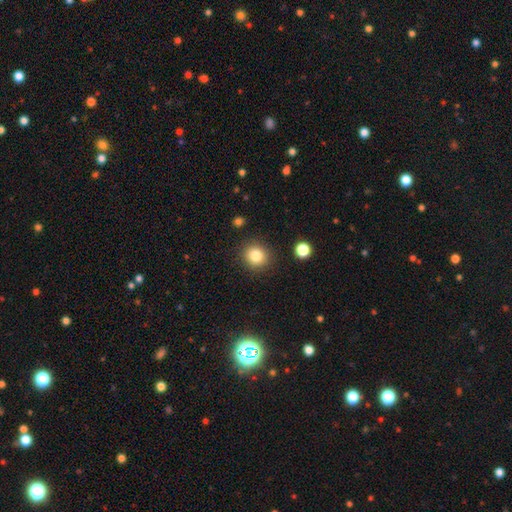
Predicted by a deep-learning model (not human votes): A smooth galaxy with no disk features (82%) that is round (89%). Merging: none (88%).